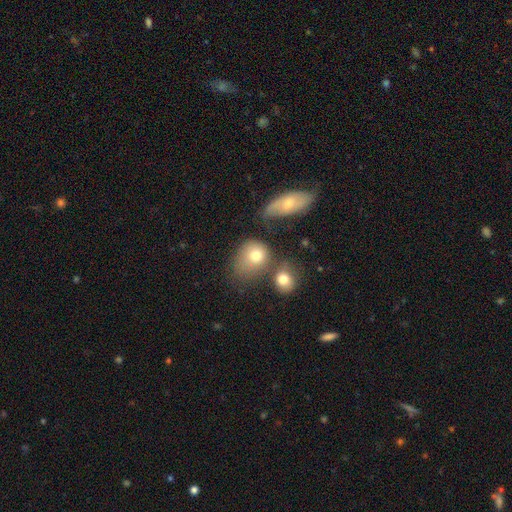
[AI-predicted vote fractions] A smooth galaxy with no disk features (74%) that is round (54%).

Vote fractions:
- Smooth or featured? smooth: 74% / featured or disk: 16% / star or artifact: 10%
- How rounded? round: 54% / in between: 45% / cigar-shaped: 1%
- Merging? none: 33% / merger: 30% / minor disturbance: 20% / major disturbance: 18%